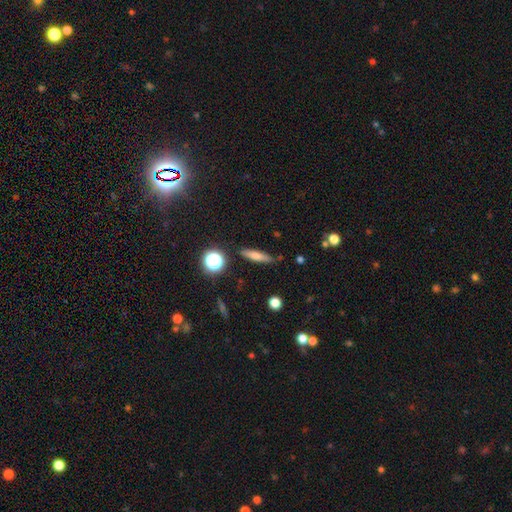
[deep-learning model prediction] Smooth or featured? smooth (65%)
How rounded? cigar-shaped (76%)
Merging? none (83%)